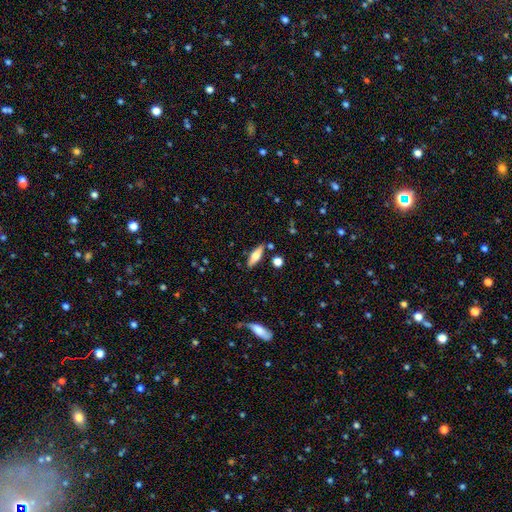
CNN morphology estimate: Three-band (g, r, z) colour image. It shows a smooth galaxy with no disk features (62%) that is cigar-shaped (49%). Merging: none (82%).